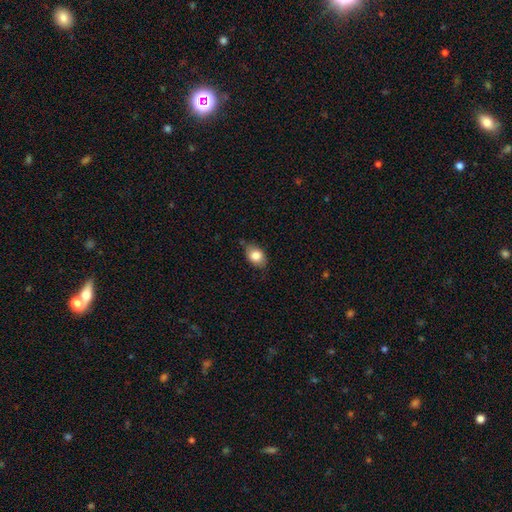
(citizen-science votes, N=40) Q: Smooth or featured?
A: smooth (85%); runner-up: featured or disk (10%)
Q: How rounded?
A: in between (85%); runner-up: round (15%)
Q: Merging?
A: none (89%); runner-up: minor disturbance (8%)